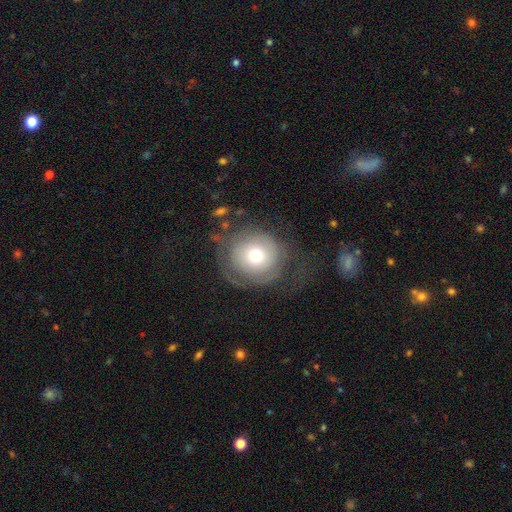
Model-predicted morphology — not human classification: Q: Smooth or featured?
A: smooth (56%); runner-up: featured or disk (35%)
Q: How rounded?
A: round (89%); runner-up: in between (10%)
Q: Merging?
A: none (50%); runner-up: major disturbance (28%)